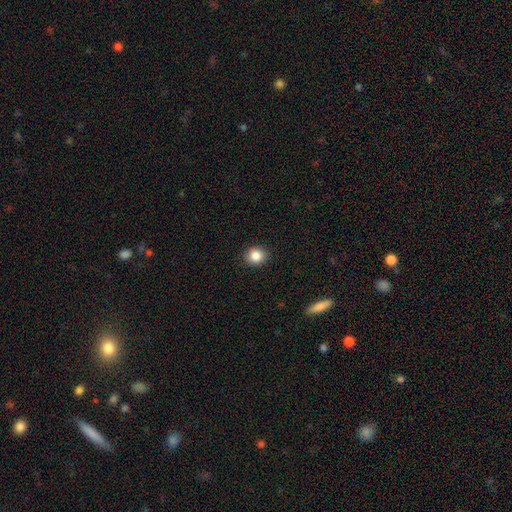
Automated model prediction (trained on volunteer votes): Morphology: type=smooth (85%); roundness=round (76%); merging=none (89%).